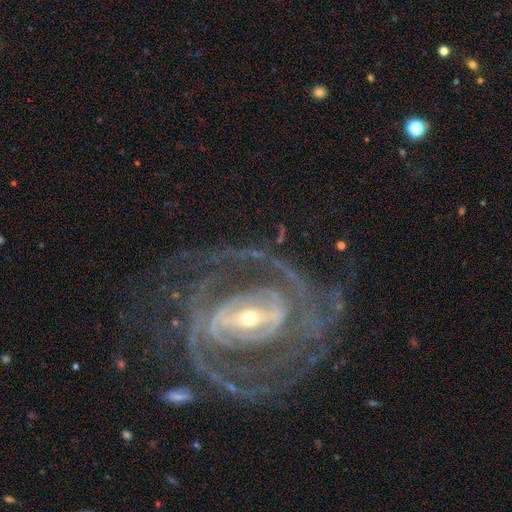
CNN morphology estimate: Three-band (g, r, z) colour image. It shows a featured or disk galaxy (91%) with a strong bar (62%), 2 (51%) tight (56%) spiral arms (96%) and a small central bulge (63%). Merging: none (69%).